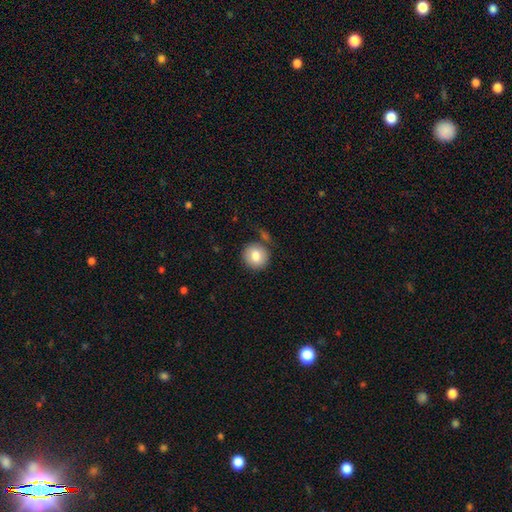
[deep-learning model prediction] smooth_or_featured: smooth (p=0.83) [alt: featured or disk p=0.09]
how_rounded: round (p=0.90) [alt: in between p=0.09]
merging: none (p=0.75) [alt: minor disturbance p=0.12]